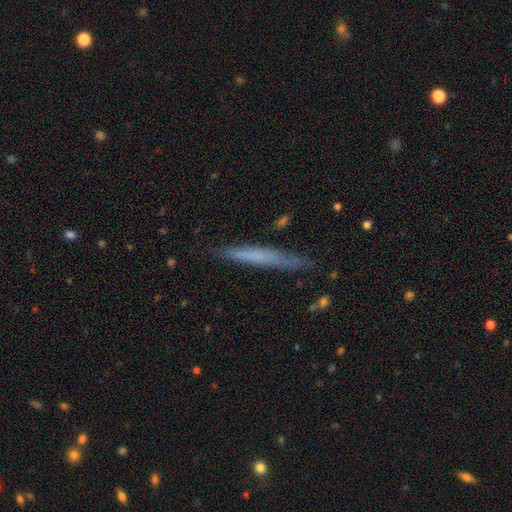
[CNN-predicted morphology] The model was most divided on "smooth or featured": smooth: 54%, featured or disk: 40%, star or artifact: 7%. More confident: how rounded — cigar-shaped (96%); merging — none (80%).